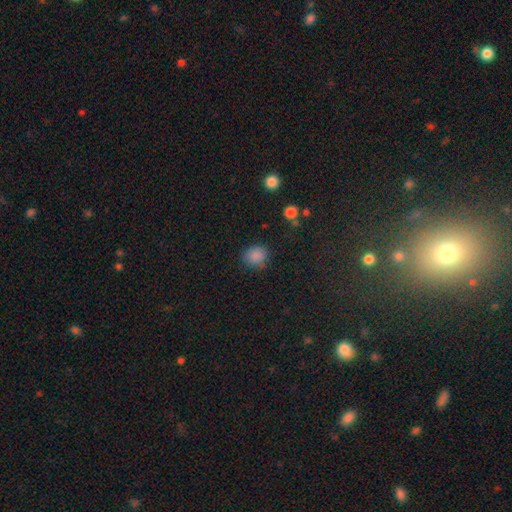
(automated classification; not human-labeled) Overall: smooth (85%). How rounded: round (70%). Merging: none (80%).